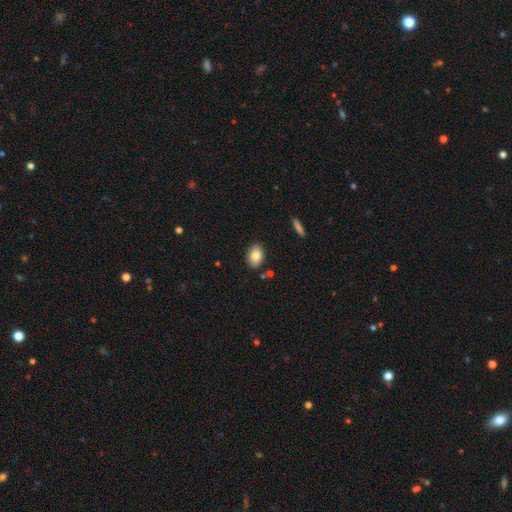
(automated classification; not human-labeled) A smooth galaxy with no disk features (83%) that is in between round and cigar-shaped (84%). Merging: none (86%).